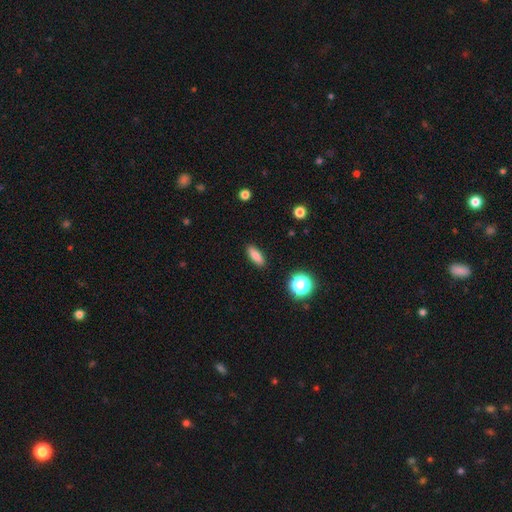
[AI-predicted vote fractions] A smooth galaxy with no disk features (82%) that is in between round and cigar-shaped (65%). Merging: none (90%).